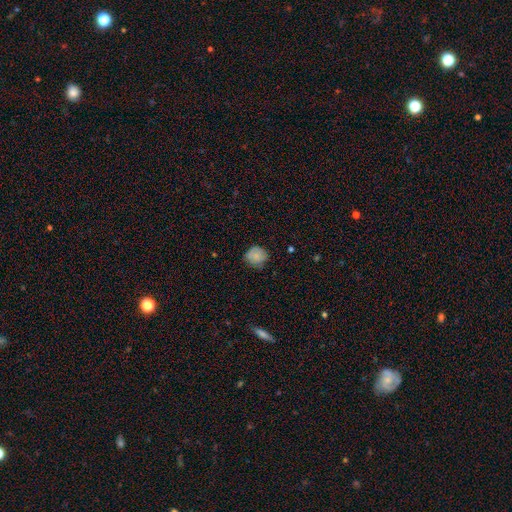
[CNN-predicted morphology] smooth 77%, featured or disk 14%, star or artifact 9%. Down the decision tree: how rounded — round (83%); merging — none (70%).